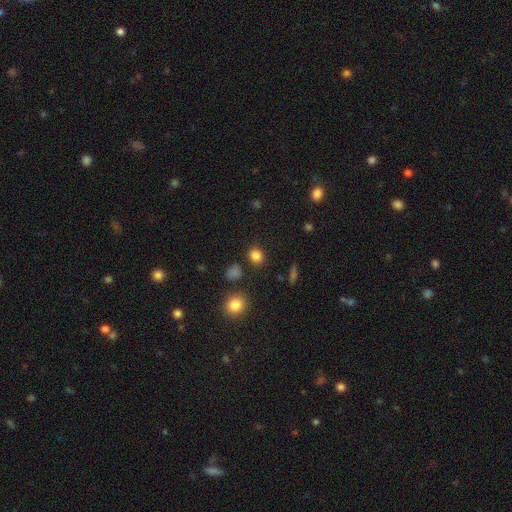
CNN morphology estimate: Smooth or featured: smooth — 83% (star or artifact — 13%)
How rounded: round — 78% (in between — 21%)
Merging: none — 84% (minor disturbance — 9%)